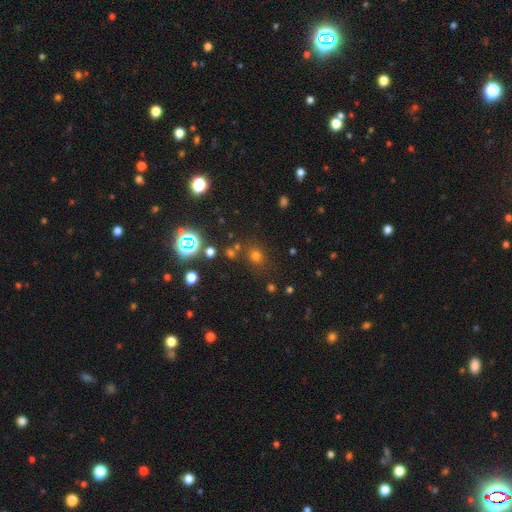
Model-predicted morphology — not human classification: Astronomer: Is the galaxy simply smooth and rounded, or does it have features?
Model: smooth — 61%.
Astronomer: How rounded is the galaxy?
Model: round — 80%.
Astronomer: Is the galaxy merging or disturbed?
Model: none — 78%.